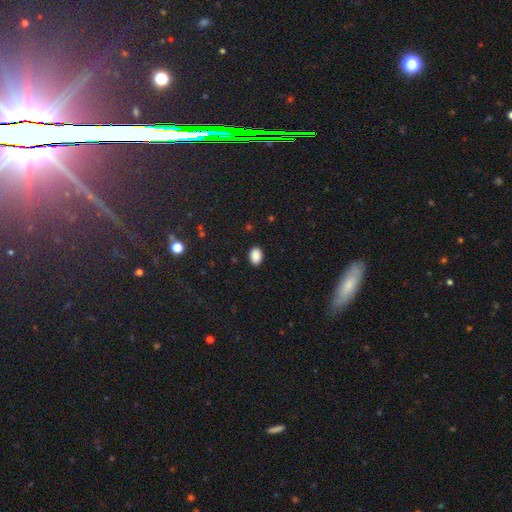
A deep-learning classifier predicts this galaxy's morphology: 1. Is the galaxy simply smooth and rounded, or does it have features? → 89% smooth, 9% star or artifact, 3% featured or disk.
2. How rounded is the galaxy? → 77% in between, 22% round, 1% cigar-shaped.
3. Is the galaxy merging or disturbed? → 89% none, 8% minor disturbance, 2% major disturbance, 1% merger.